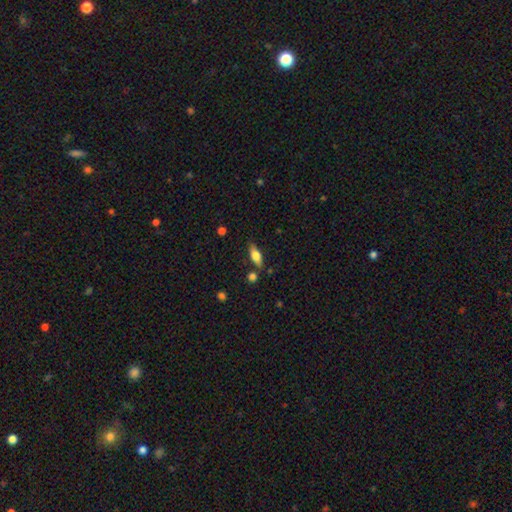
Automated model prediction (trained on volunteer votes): Smooth or featured: smooth — 65% (featured or disk — 27%)
How rounded: in between — 72% (cigar-shaped — 24%)
Merging: none — 78% (minor disturbance — 13%)